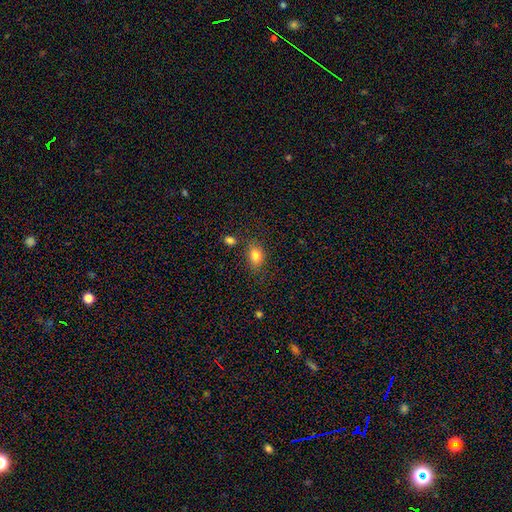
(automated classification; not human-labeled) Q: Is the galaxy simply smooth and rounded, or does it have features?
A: smooth — 83%.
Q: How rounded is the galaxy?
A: in between — 76%.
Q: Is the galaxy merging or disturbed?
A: none — 75%.